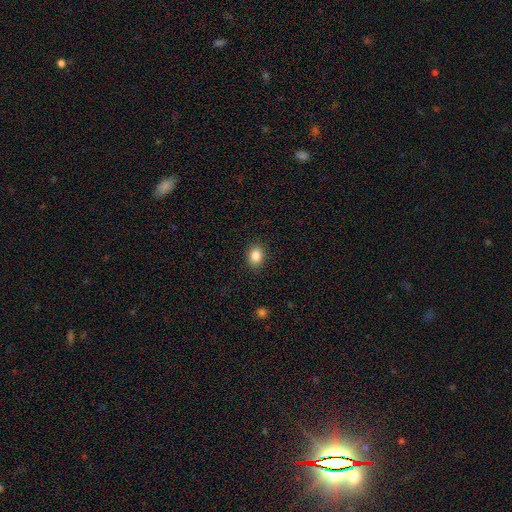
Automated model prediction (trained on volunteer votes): Smooth or featured? smooth (86%)
How rounded? in between (63%)
Merging? none (89%)